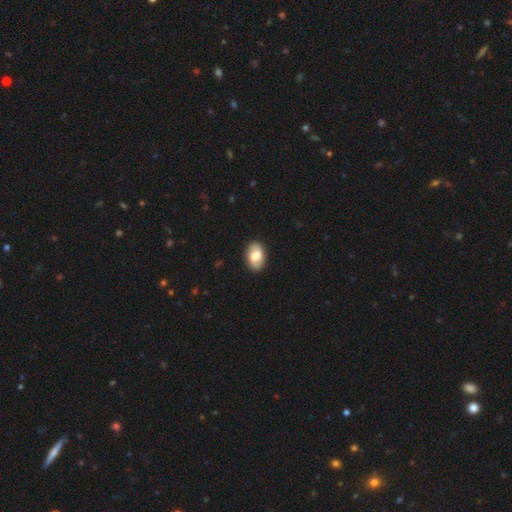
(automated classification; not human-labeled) Smooth or featured? smooth (56%)
How rounded? in between (88%)
Merging? none (85%)